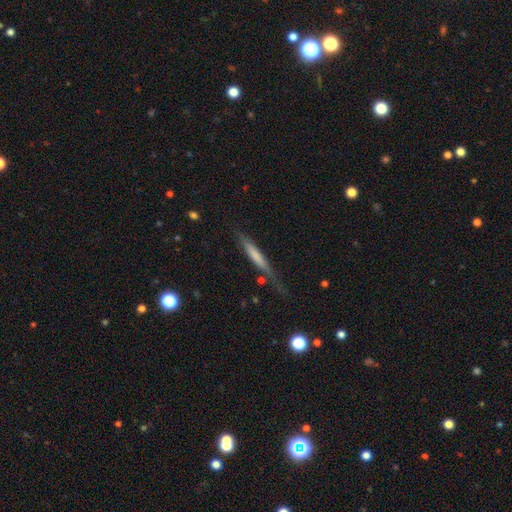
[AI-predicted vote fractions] Q: Smooth or featured?
A: smooth (59%); runner-up: featured or disk (35%)
Q: How rounded?
A: cigar-shaped (93%); runner-up: in between (5%)
Q: Merging?
A: none (63%); runner-up: minor disturbance (23%)